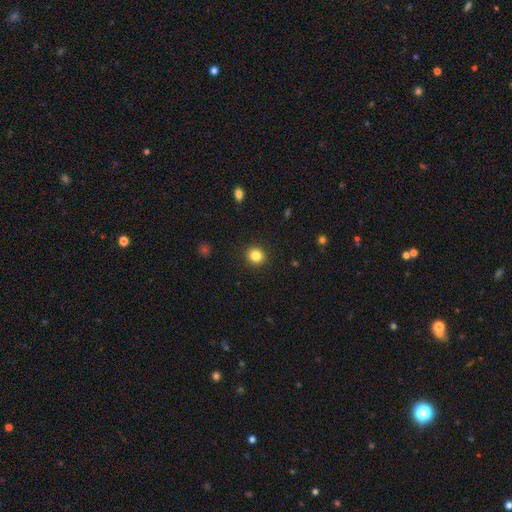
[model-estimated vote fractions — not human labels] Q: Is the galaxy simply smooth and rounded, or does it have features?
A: smooth — 84%.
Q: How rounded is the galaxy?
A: round — 88%.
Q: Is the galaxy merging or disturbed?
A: none — 92%.